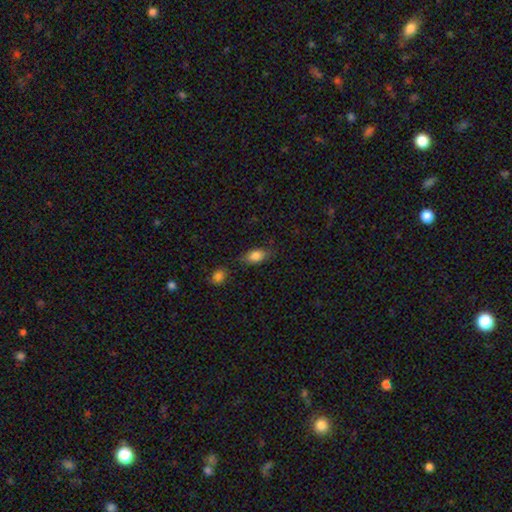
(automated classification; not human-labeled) Morphology: type=smooth (83%); roundness=in between (87%); merging=none (72%).